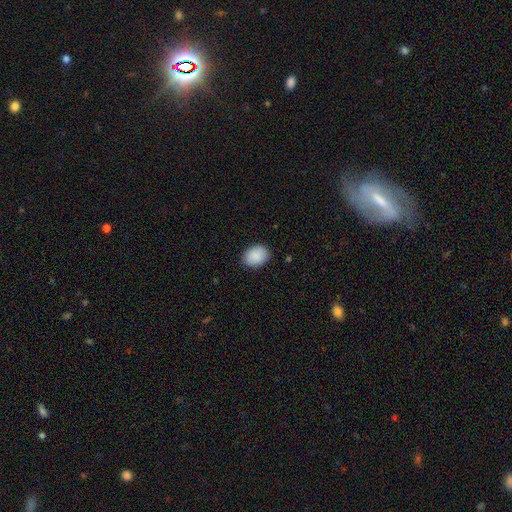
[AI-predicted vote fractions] This appears to be a smooth galaxy with no disk features (90%) that is in between round and cigar-shaped (69%). Merging: none (86%).